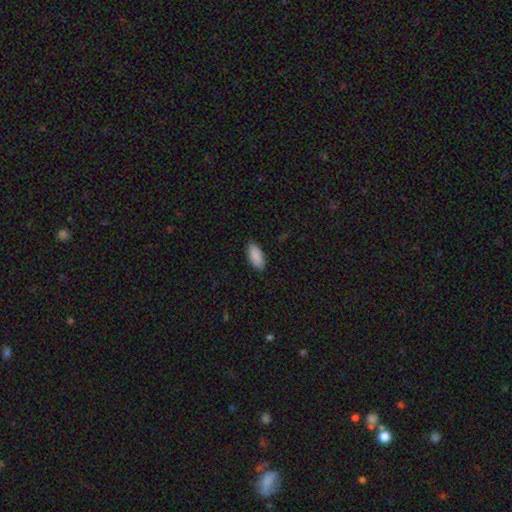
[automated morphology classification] type=smooth (91%); roundness=in between (91%); merging=none (88%).